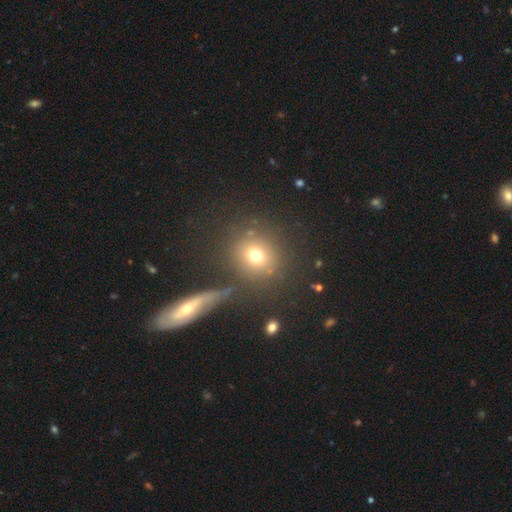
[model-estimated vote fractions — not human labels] A smooth galaxy with no disk features (72%) that is round (83%).

Vote fractions:
- Smooth or featured? smooth: 72% / star or artifact: 16% / featured or disk: 12%
- How rounded? round: 83% / in between: 15% / cigar-shaped: 1%
- Merging? none: 76% / minor disturbance: 10% / merger: 8% / major disturbance: 6%